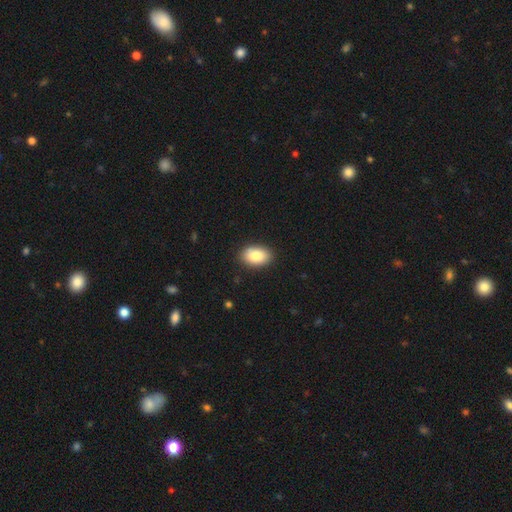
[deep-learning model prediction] Smooth or featured? Predicted: smooth (p=0.87). How rounded? Predicted: in between (p=0.90). Merging? Predicted: none (p=0.88).